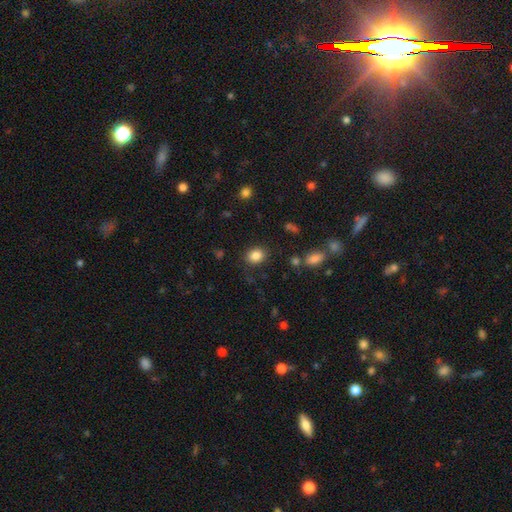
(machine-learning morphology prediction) Q: Smooth or featured?
A: smooth (85%); runner-up: star or artifact (10%)
Q: How rounded?
A: round (52%); runner-up: in between (47%)
Q: Merging?
A: none (86%); runner-up: minor disturbance (9%)